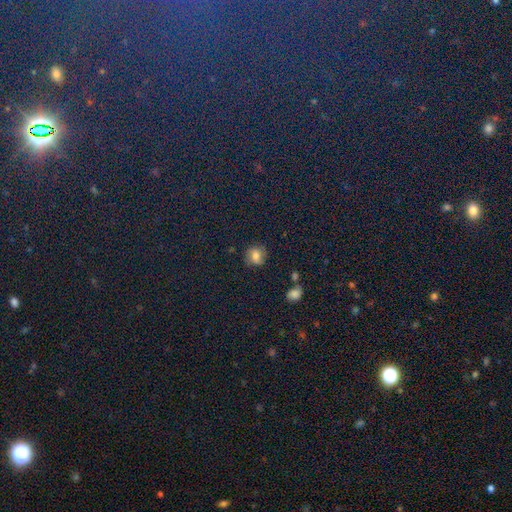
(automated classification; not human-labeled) smooth 67%, star or artifact 17%, featured or disk 15%. Down the decision tree: how rounded — round (76%); merging — none (78%).